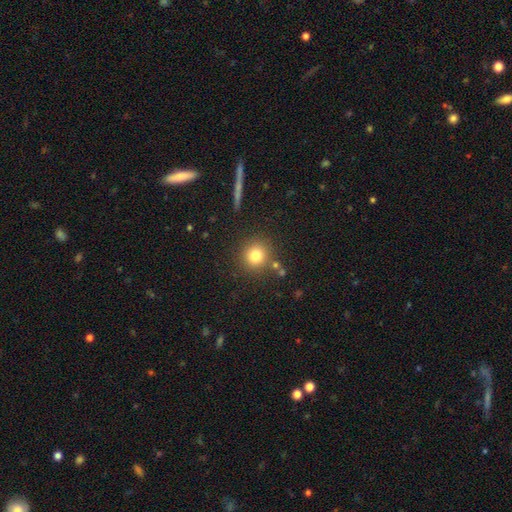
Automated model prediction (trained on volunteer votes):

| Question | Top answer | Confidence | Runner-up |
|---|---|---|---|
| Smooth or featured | smooth | 79% | star or artifact (13%) |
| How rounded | round | 91% | in between (8%) |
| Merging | none | 84% | minor disturbance (8%) |